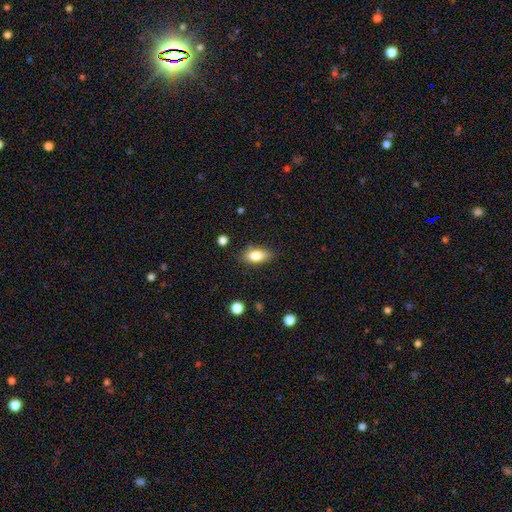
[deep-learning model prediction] smooth 81%, featured or disk 11%, star or artifact 8%. Down the decision tree: how rounded — in between (87%); merging — none (82%).